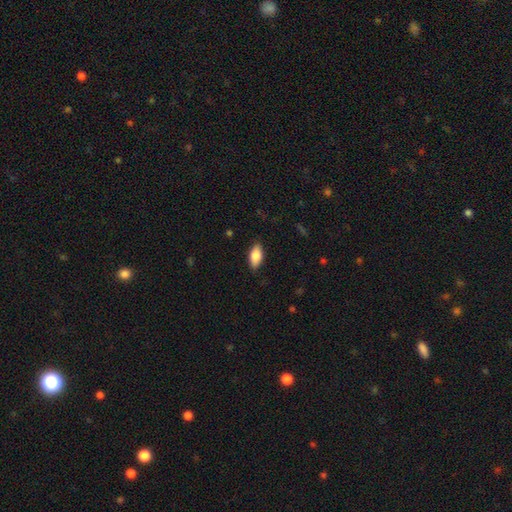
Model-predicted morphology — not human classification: This appears to be a smooth galaxy with no disk features (79%) that is in between round and cigar-shaped (88%). Merging: none (86%).